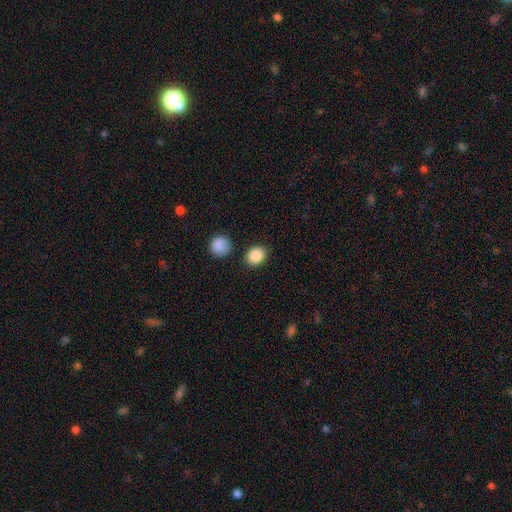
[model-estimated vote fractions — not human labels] Morphology: type=smooth (87%); roundness=round (57%); merging=none (84%).